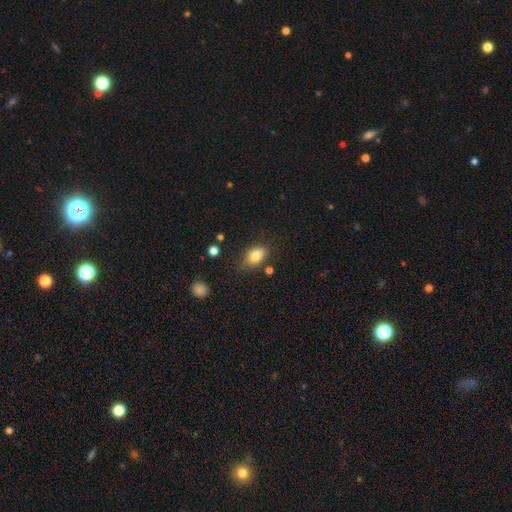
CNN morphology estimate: A smooth galaxy with no disk features (82%) that is in between round and cigar-shaped (81%). Merging: none (69%).